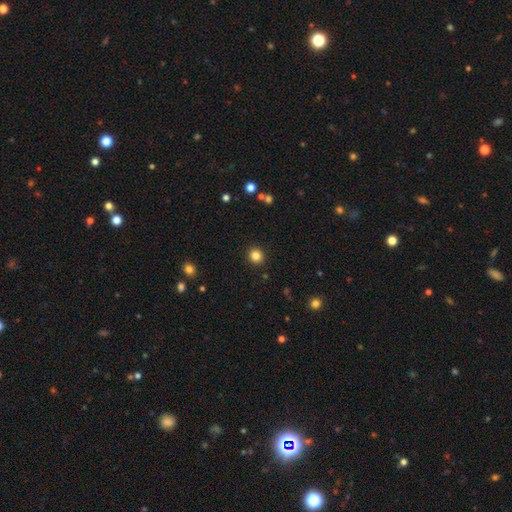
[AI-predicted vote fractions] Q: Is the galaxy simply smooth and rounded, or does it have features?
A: smooth — 84%.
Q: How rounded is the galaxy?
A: round — 91%.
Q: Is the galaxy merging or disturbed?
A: none — 92%.